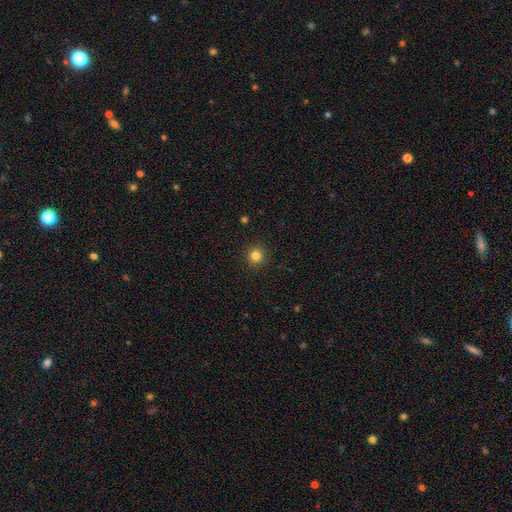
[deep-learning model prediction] Morphology: type=smooth (83%); roundness=round (92%); merging=none (92%).